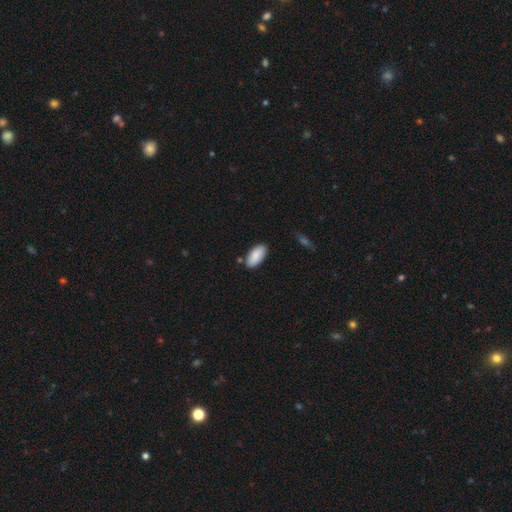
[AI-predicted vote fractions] smooth 88%, featured or disk 6%, star or artifact 6%. Down the decision tree: how rounded — in between (93%); merging — none (82%).